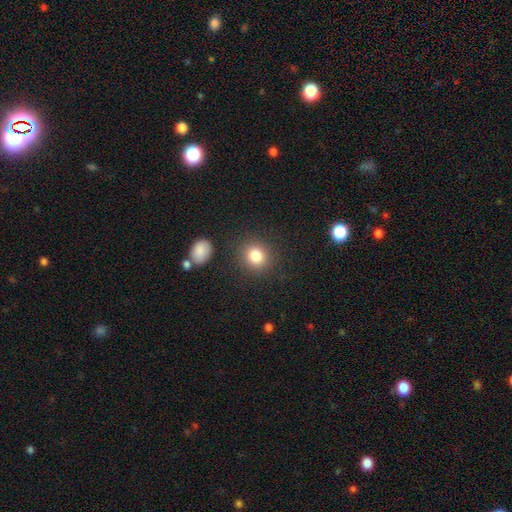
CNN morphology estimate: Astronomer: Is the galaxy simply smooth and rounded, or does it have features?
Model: smooth — 83%.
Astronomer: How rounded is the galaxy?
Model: round — 82%.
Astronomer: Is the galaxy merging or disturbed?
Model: none — 85%.